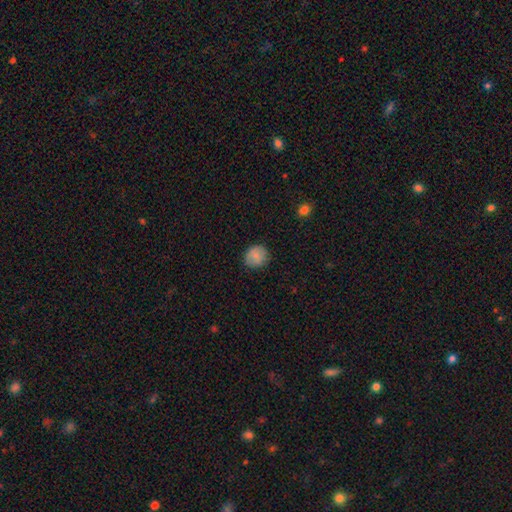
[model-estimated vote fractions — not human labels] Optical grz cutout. It shows a smooth galaxy with no disk features (84%) that is round (85%). Merging: none (84%).